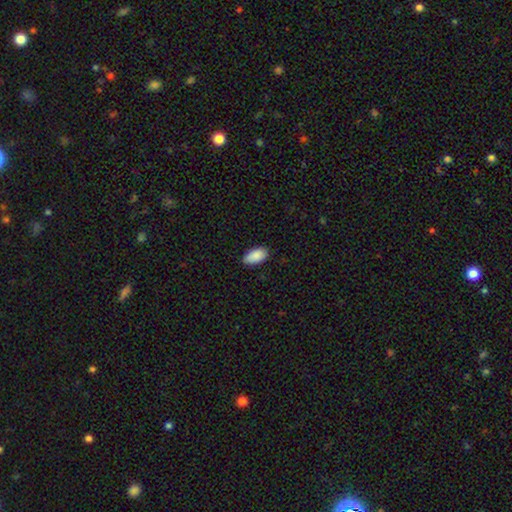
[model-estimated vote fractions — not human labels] A smooth galaxy with no disk features (90%) that is in between round and cigar-shaped (95%). Merging: none (85%).